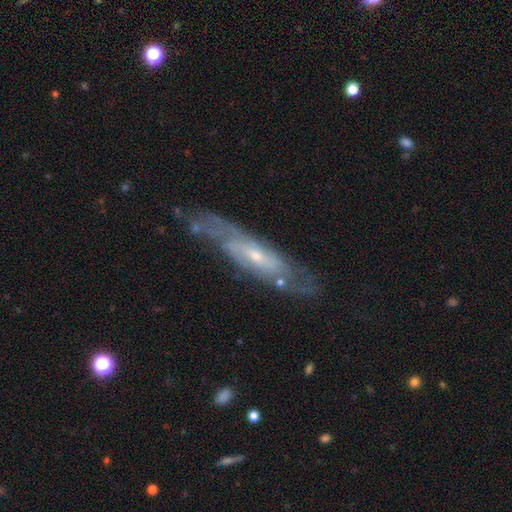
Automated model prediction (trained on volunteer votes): Q: Smooth or featured?
A: featured or disk (79%); runner-up: smooth (15%)
Q: Edge-on disk?
A: no (64%); runner-up: yes (36%)
Q: Bar?
A: no (57%); runner-up: weak (34%)
Q: Spiral arms?
A: yes (85%); runner-up: no (15%)
Q: Bulge size?
A: small (63%); runner-up: moderate (33%)
Q: Merging?
A: none (71%); runner-up: minor disturbance (19%)